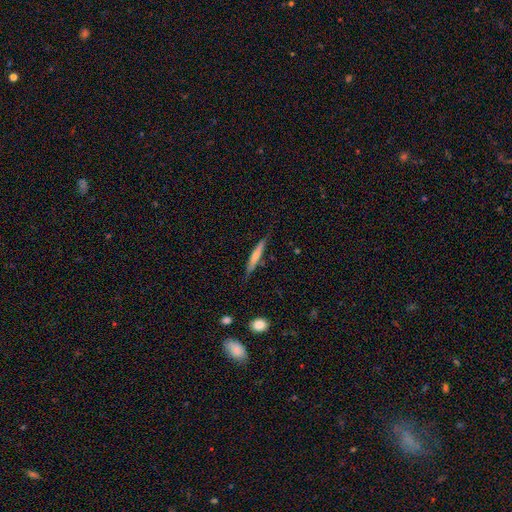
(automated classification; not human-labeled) Smooth or featured?
  - smooth: 60% *
  - featured or disk: 34%
  - star or artifact: 6%
How rounded?
  - cigar-shaped: 93% *
  - in between: 6%
  - round: 1%
Merging?
  - none: 81% *
  - minor disturbance: 14%
  - major disturbance: 3%
  - merger: 2%